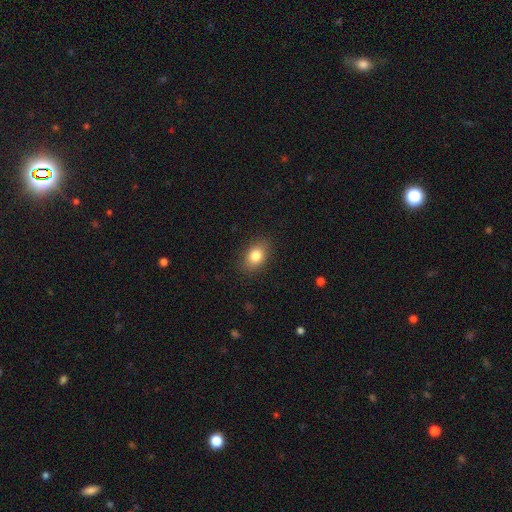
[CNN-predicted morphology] smooth-or-featured: smooth: 82% | star or artifact: 9% | featured or disk: 9%
  how-rounded: in between: 77% | round: 22% | cigar-shaped: 2%
  merging: none: 87% | minor disturbance: 10% | major disturbance: 3% | merger: 1%